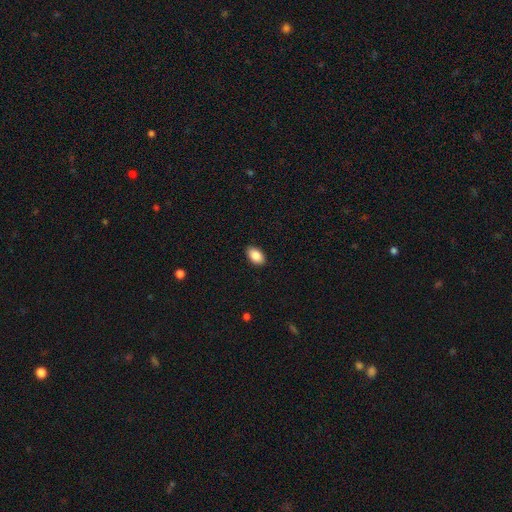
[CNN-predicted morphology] smooth-or-featured: smooth: 87% | star or artifact: 7% | featured or disk: 5%
  how-rounded: in between: 92% | round: 6% | cigar-shaped: 1%
  merging: none: 90% | minor disturbance: 8% | major disturbance: 2% | merger: 1%